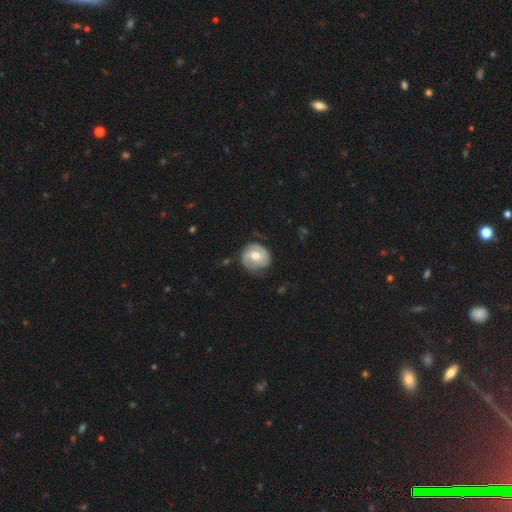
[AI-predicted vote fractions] Morphology: type=featured or disk (49%); merging=none (70%).